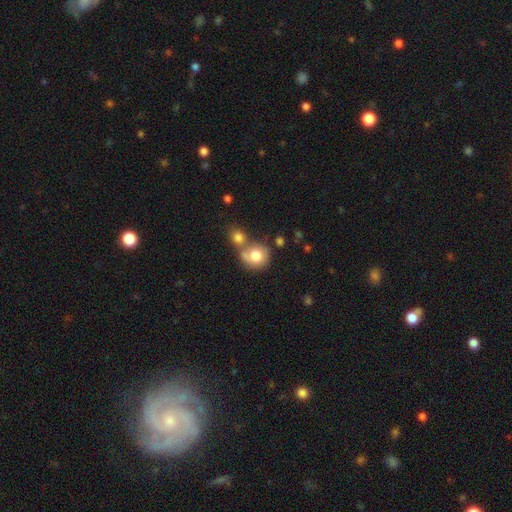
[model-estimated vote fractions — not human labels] Morphology: type=smooth (77%); roundness=round (81%); merging=merger (42%).